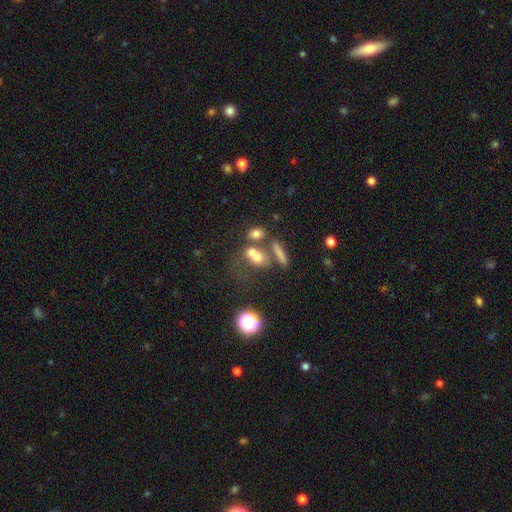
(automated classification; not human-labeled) Morphology: type=smooth (60%); roundness=in between (54%); merging=merger (47%).